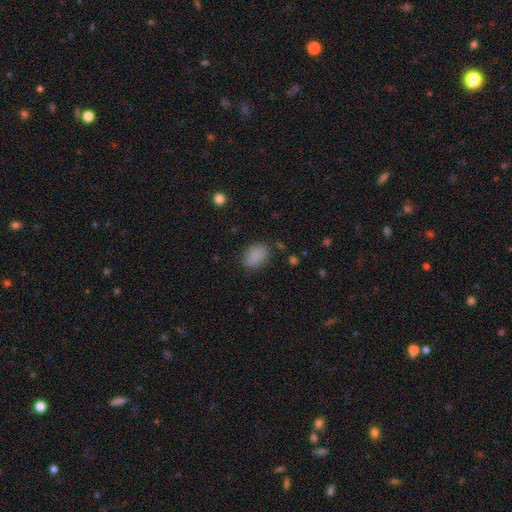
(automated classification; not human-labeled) smooth-or-featured: smooth: 87% | star or artifact: 9% | featured or disk: 4%
  how-rounded: in between: 83% | round: 16% | cigar-shaped: 1%
  merging: none: 82% | minor disturbance: 13% | major disturbance: 4% | merger: 1%